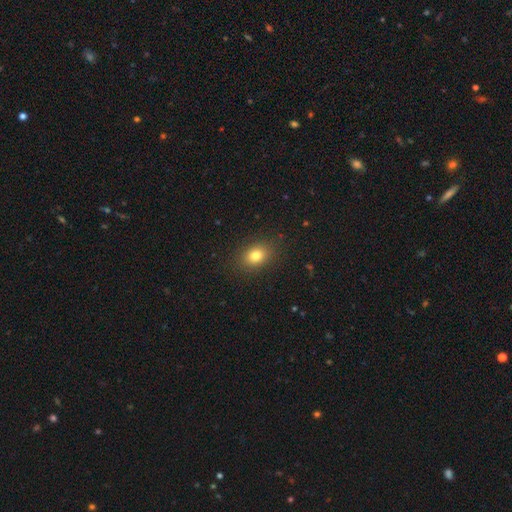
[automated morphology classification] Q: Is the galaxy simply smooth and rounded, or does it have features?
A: smooth — 79%.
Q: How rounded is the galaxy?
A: in between — 68%.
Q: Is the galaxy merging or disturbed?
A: none — 87%.